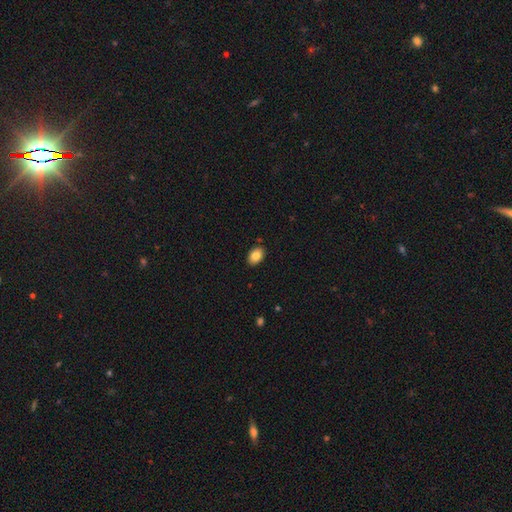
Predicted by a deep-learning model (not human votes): Overall: smooth (85%). How rounded: in between (85%). Merging: none (89%).